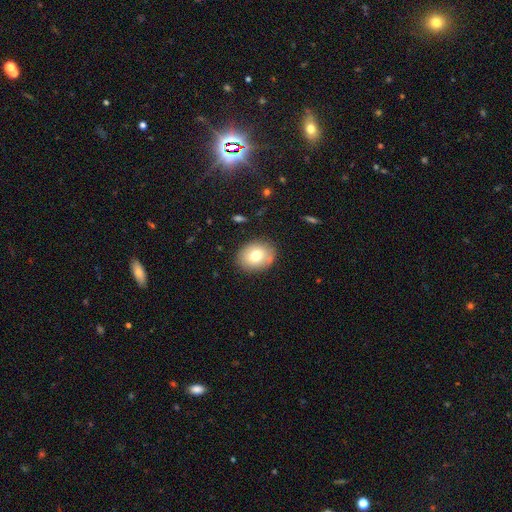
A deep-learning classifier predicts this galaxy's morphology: smooth 74%, featured or disk 17%, star or artifact 9%. Down the decision tree: how rounded — in between (50%); merging — none (83%).